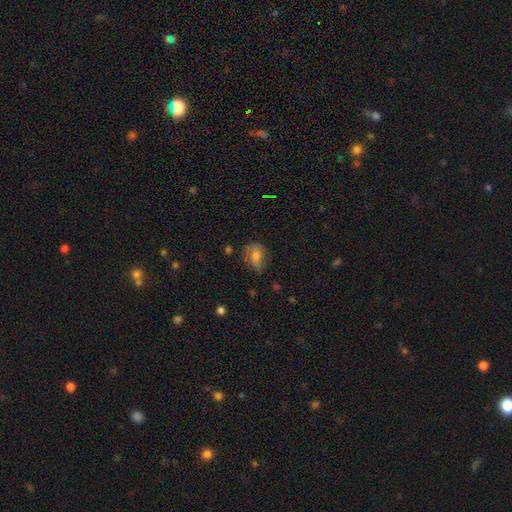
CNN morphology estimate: smooth_or_featured: smooth (p=0.64) [alt: featured or disk p=0.24]
how_rounded: in between (p=0.73) [alt: round p=0.25]
merging: none (p=0.58) [alt: minor disturbance p=0.29]